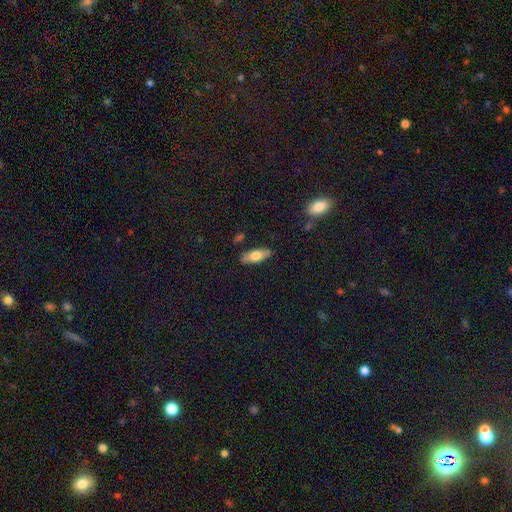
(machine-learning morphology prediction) The model was most divided on "how rounded": in between: 63%, cigar-shaped: 34%, round: 2%. More confident: merging — none (84%); smooth or featured — smooth (68%).